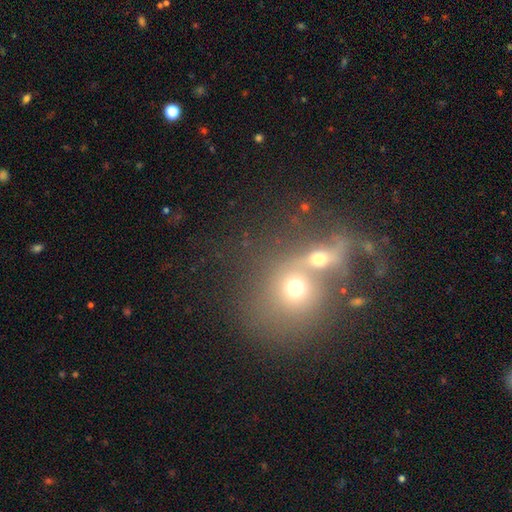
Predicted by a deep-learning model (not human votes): Overall: smooth (49%; star or artifact 26%). Merging: merger (60%; none 26%).